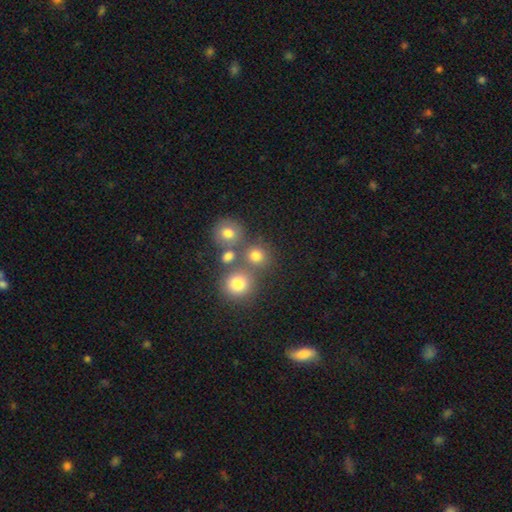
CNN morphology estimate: This is likely a smooth galaxy (77%). How rounded: clearly round (87%). Merging: likely none (64%).